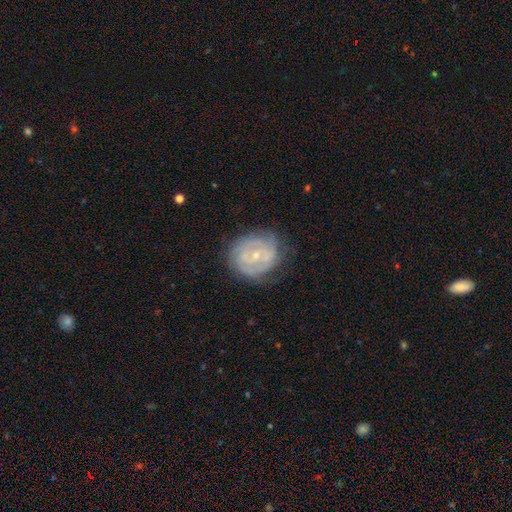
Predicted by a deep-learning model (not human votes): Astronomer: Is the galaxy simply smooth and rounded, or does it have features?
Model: featured or disk — 71%.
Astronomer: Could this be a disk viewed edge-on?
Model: no — 97%.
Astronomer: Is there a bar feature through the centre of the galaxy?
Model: no — 68%.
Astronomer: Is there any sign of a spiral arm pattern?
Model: yes — 73%.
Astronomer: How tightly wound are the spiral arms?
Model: tight — 70%.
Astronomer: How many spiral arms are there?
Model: can't tell — 48% (runner-up: 2, 26%).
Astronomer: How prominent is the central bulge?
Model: small — 72%.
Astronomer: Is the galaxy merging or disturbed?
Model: none — 70%.